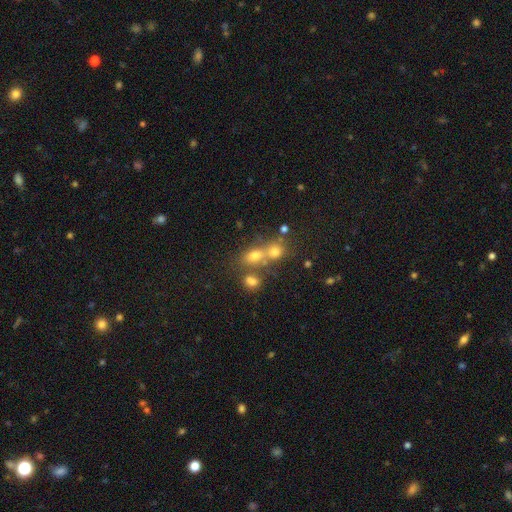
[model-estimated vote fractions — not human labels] smooth_or_featured: smooth (p=0.59) [alt: star or artifact p=0.23]
how_rounded: round (p=0.51) [alt: in between p=0.44]
merging: merger (p=0.50) [alt: none p=0.37]